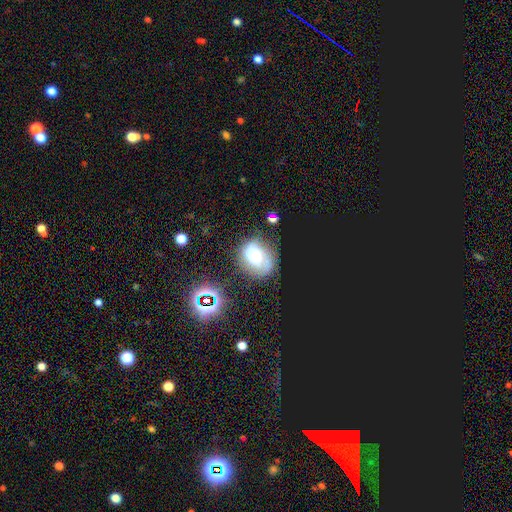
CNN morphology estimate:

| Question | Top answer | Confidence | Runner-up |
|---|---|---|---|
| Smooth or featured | smooth | 49% | featured or disk (32%) |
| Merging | none | 52% | minor disturbance (27%) |